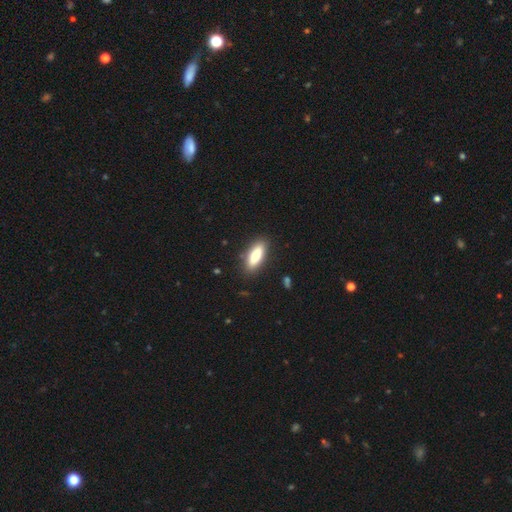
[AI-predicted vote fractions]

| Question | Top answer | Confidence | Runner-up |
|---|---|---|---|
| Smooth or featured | smooth | 76% | featured or disk (17%) |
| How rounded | in between | 74% | cigar-shaped (23%) |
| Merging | none | 87% | minor disturbance (10%) |